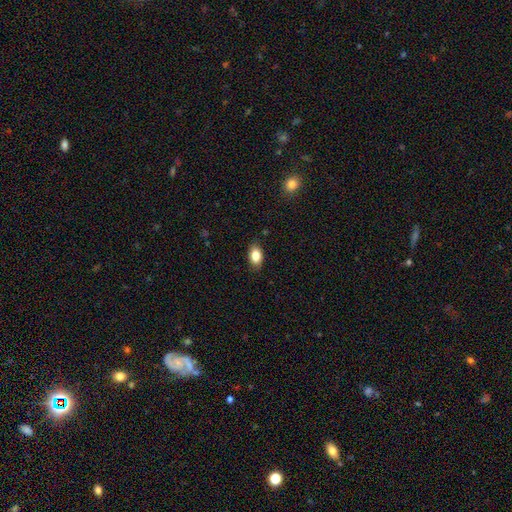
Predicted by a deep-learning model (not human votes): Smooth or featured?
  - smooth: 84% *
  - featured or disk: 8%
  - star or artifact: 8%
How rounded?
  - in between: 88% *
  - round: 10%
  - cigar-shaped: 2%
Merging?
  - none: 87% *
  - minor disturbance: 10%
  - major disturbance: 2%
  - merger: 1%